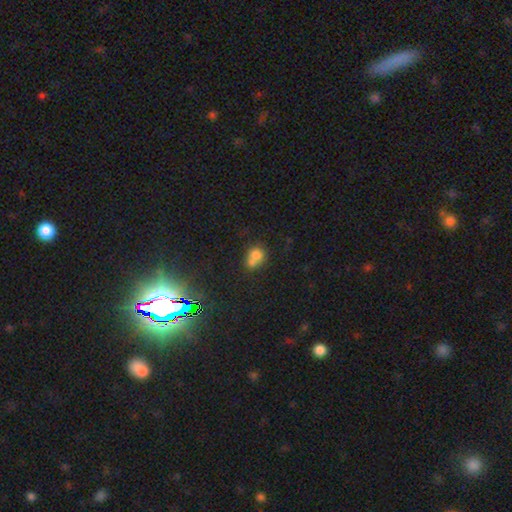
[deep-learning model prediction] Smooth or featured?
  - smooth: 71% *
  - featured or disk: 15%
  - star or artifact: 14%
How rounded?
  - round: 68% *
  - in between: 31%
  - cigar-shaped: 1%
Merging?
  - merger: 51% *
  - none: 32%
  - minor disturbance: 11%
  - major disturbance: 5%